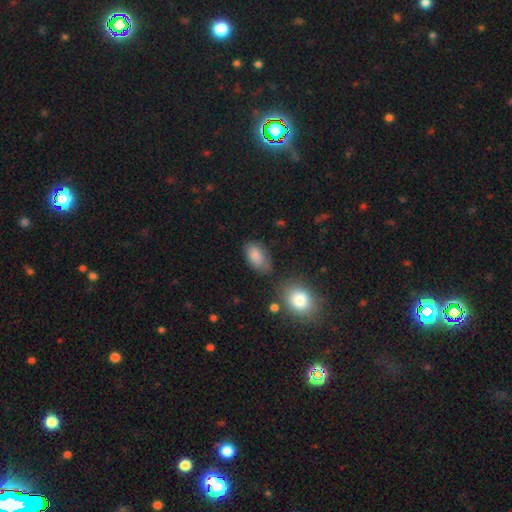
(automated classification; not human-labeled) The model was most divided on "merging": none: 61%, minor disturbance: 25%, major disturbance: 7%, merger: 7%. More confident: how rounded — in between (93%); smooth or featured — smooth (84%).